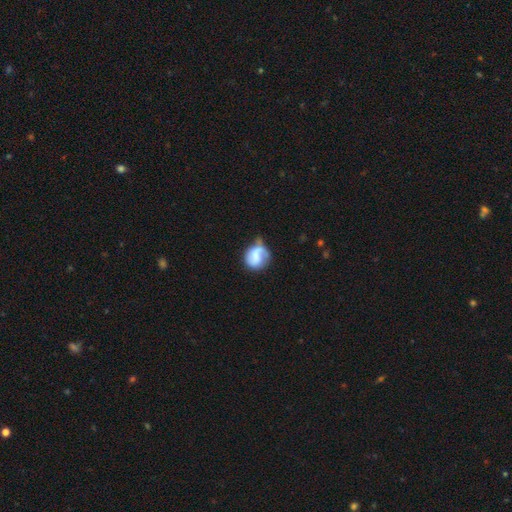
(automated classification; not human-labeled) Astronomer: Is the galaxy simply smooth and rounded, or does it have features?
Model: smooth — 52% (runner-up: featured or disk, 40%).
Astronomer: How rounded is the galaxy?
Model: round — 69%.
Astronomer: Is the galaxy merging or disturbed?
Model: none — 36% (runner-up: minor disturbance, 34%).